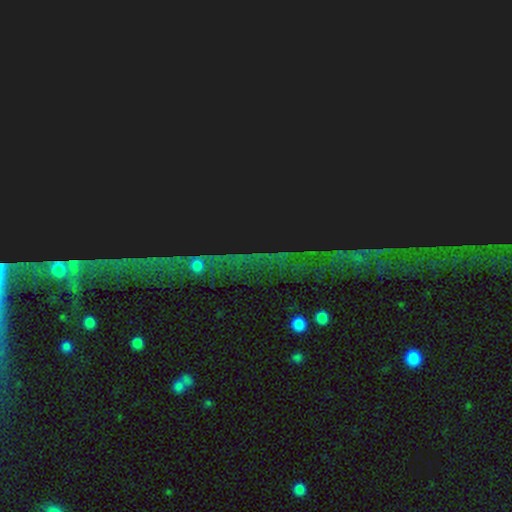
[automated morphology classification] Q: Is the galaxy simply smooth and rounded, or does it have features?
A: star or artifact — 78%.